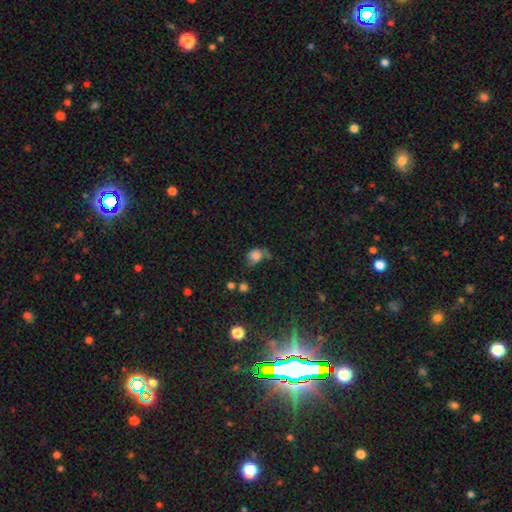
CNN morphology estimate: smooth 72%, featured or disk 15%, star or artifact 13%. Down the decision tree: how rounded — round (52%); merging — minor disturbance (32%).